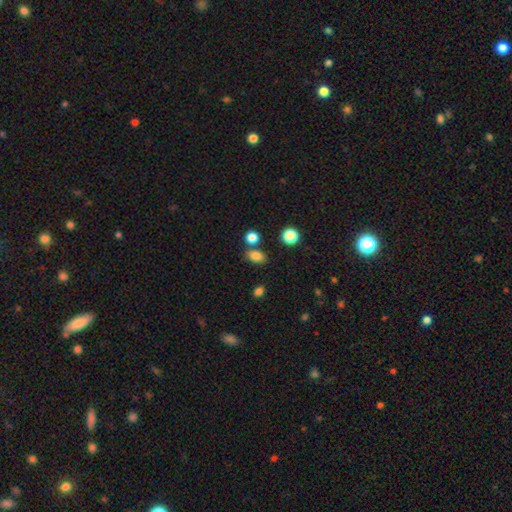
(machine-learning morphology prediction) Q: Smooth or featured?
A: smooth (82%); runner-up: star or artifact (13%)
Q: How rounded?
A: in between (76%); runner-up: round (23%)
Q: Merging?
A: none (72%); runner-up: merger (13%)